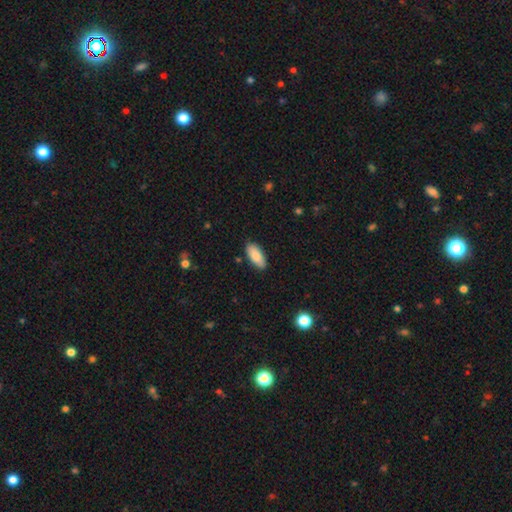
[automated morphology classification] smooth 85%, featured or disk 9%, star or artifact 6%. Down the decision tree: how rounded — in between (87%); merging — none (86%).